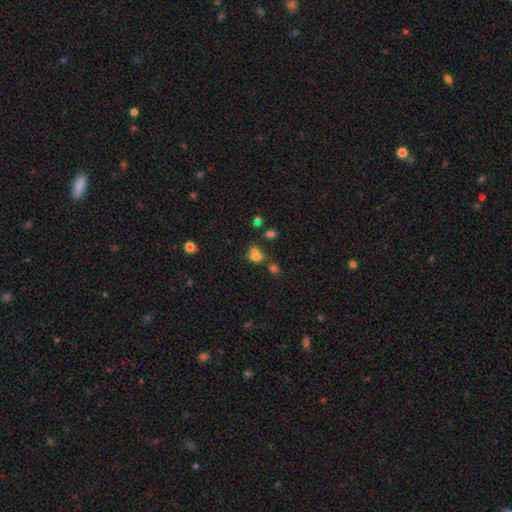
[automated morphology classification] type=smooth (68%); roundness=round (58%); merging=merger (51%).